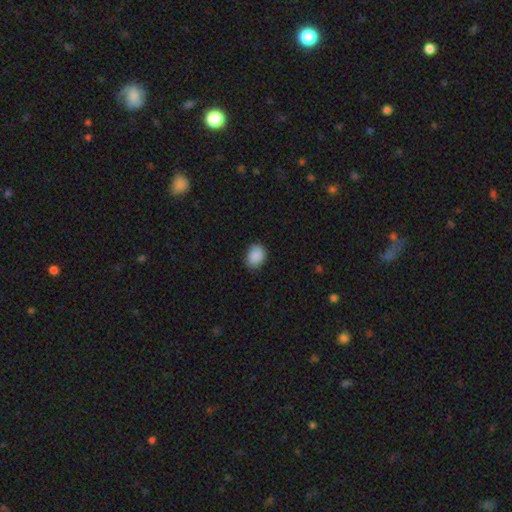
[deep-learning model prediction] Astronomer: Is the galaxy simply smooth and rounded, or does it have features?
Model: smooth — 89%.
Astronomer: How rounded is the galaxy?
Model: in between — 63%.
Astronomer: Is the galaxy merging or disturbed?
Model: none — 84%.